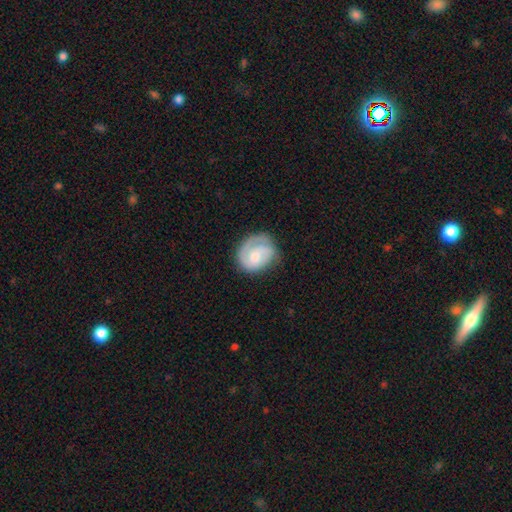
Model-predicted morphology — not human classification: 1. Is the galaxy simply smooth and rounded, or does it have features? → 65% featured or disk, 30% smooth, 6% star or artifact.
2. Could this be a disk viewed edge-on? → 98% no, 2% yes.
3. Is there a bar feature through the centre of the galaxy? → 63% no, 32% weak, 5% strong.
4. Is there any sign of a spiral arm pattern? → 89% yes, 11% no.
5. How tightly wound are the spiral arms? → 51% tight, 34% medium, 15% loose.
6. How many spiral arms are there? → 39% 2, 37% 1, 15% can't tell, 6% 3, 2% 4, 1% more than 4.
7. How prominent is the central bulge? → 52% moderate, 36% small, 7% large, 5% none, 1% dominant.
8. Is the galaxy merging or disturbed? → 64% none, 23% minor disturbance, 11% major disturbance, 2% merger.